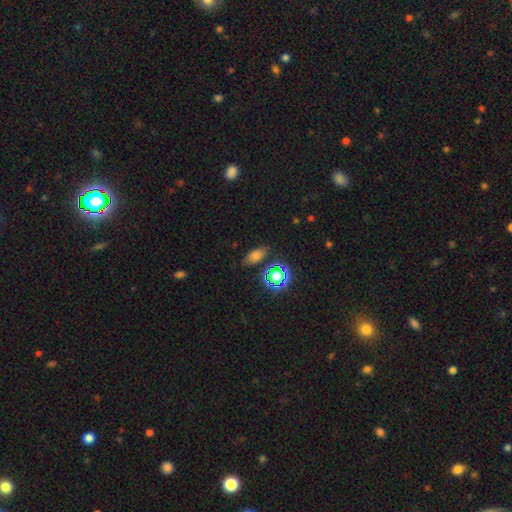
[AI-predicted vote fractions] smooth 66%, star or artifact 23%, featured or disk 10%. Down the decision tree: how rounded — in between (78%); merging — none (81%).